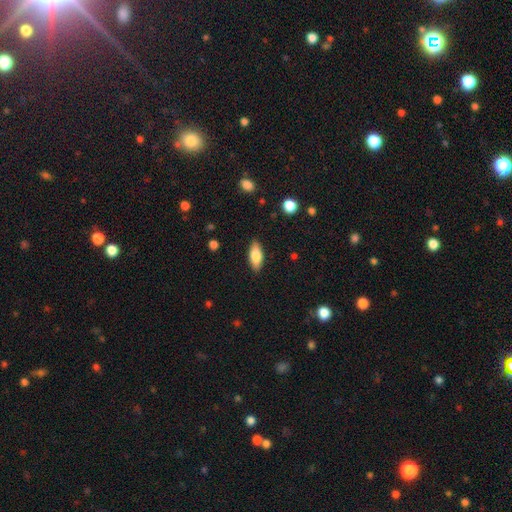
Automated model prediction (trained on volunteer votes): smooth 78%, featured or disk 15%, star or artifact 6%. Down the decision tree: how rounded — in between (79%); merging — none (87%).